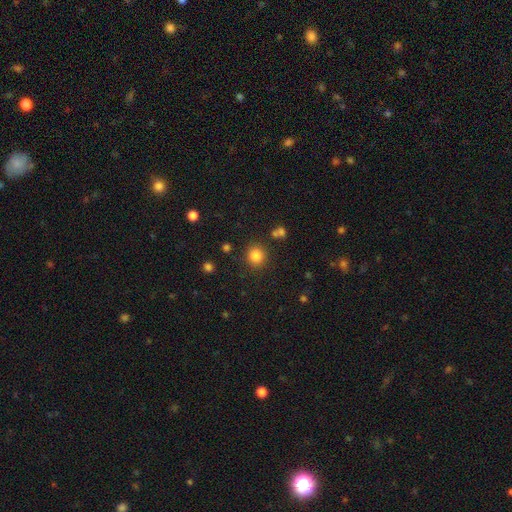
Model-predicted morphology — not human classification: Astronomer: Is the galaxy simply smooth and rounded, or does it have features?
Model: smooth — 83%.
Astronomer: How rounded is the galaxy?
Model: round — 88%.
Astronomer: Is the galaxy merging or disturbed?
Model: none — 85%.